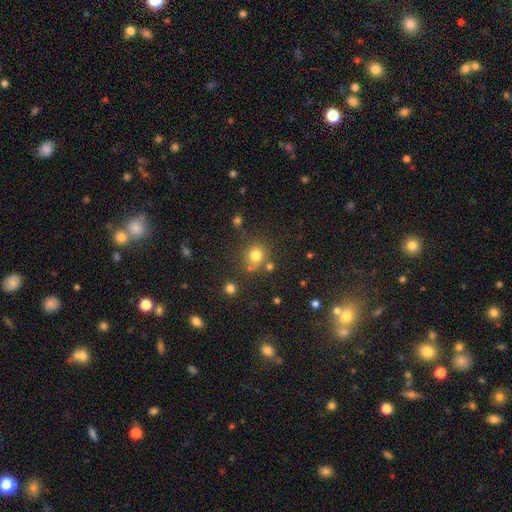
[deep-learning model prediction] smooth-or-featured: smooth: 77% | star or artifact: 16% | featured or disk: 7%
  how-rounded: round: 89% | in between: 10% | cigar-shaped: 1%
  merging: none: 74% | merger: 12% | minor disturbance: 10% | major disturbance: 4%